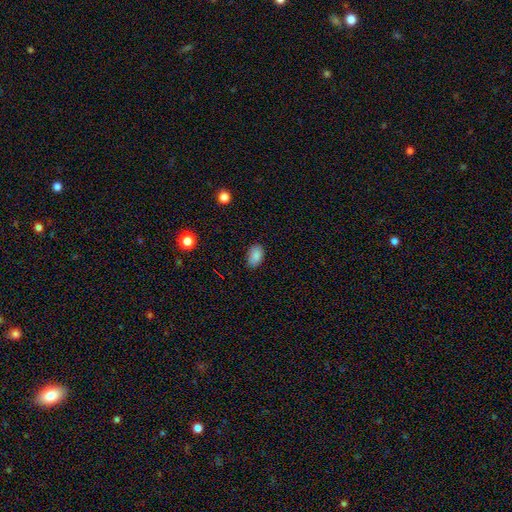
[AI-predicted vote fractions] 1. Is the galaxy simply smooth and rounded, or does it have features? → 87% smooth, 9% star or artifact, 4% featured or disk.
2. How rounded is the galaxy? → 89% in between, 9% round, 1% cigar-shaped.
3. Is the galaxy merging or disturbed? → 83% none, 13% minor disturbance, 3% major disturbance, 1% merger.